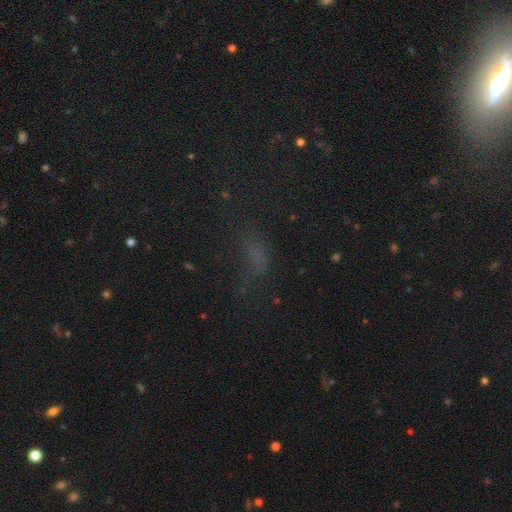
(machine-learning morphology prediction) smooth 47%, star or artifact 39%, featured or disk 14%. Down the decision tree: merging — none (50%).